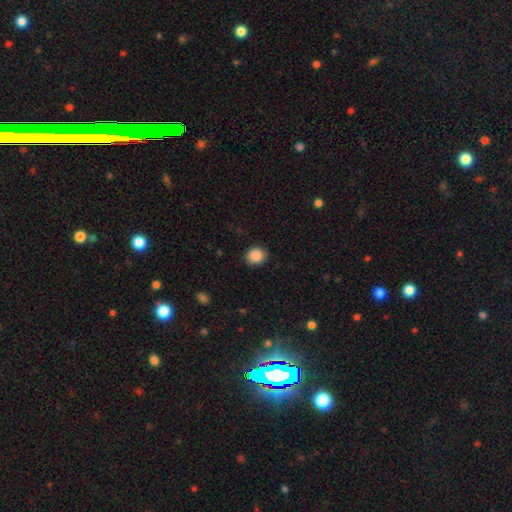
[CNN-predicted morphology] Overall: smooth (89%). How rounded: round (65%; in between 34%). Merging: none (88%).